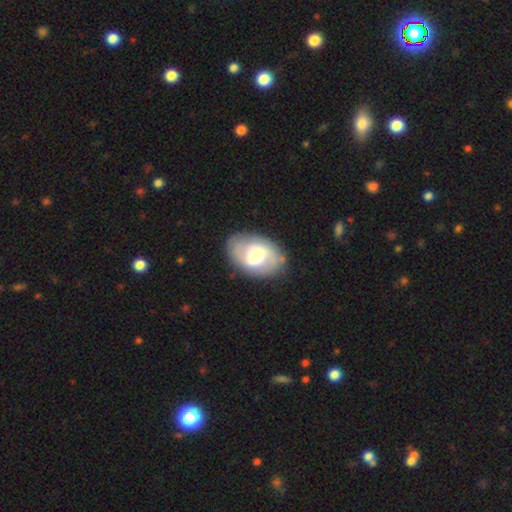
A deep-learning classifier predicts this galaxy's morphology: Smooth or featured: featured or disk — 52% (smooth — 42%)
Edge-on disk: no — 96% (yes — 4%)
Merging: none — 79% (minor disturbance — 14%)